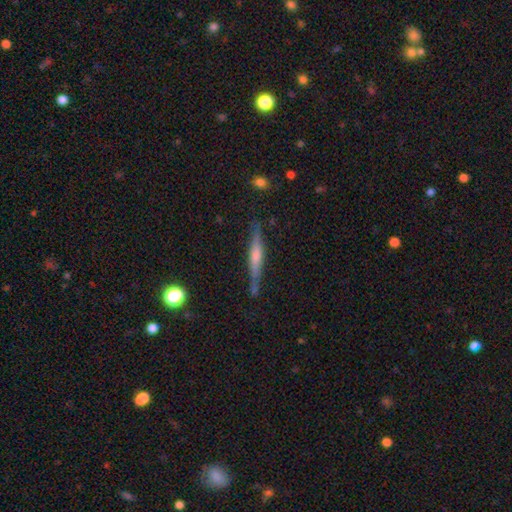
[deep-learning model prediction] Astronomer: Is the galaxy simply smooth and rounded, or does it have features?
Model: featured or disk — 61%.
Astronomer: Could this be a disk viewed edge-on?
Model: yes — 97%.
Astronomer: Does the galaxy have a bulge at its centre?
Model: rounded — 57%.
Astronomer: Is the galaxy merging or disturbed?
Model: none — 82%.